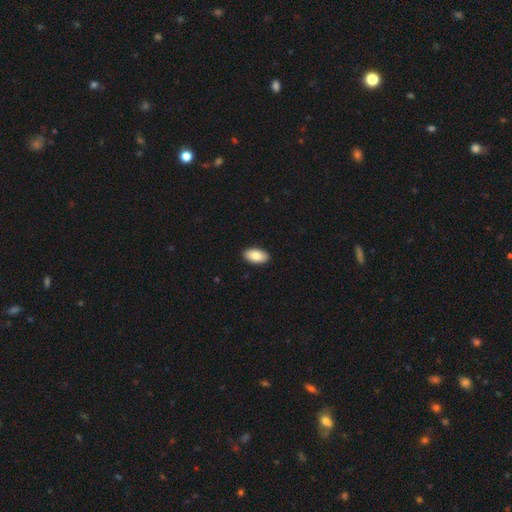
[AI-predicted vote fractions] smooth-or-featured: smooth: 86% | featured or disk: 8% | star or artifact: 6%
  how-rounded: in between: 95% | round: 3% | cigar-shaped: 2%
  merging: none: 91% | minor disturbance: 7% | major disturbance: 1% | merger: 1%